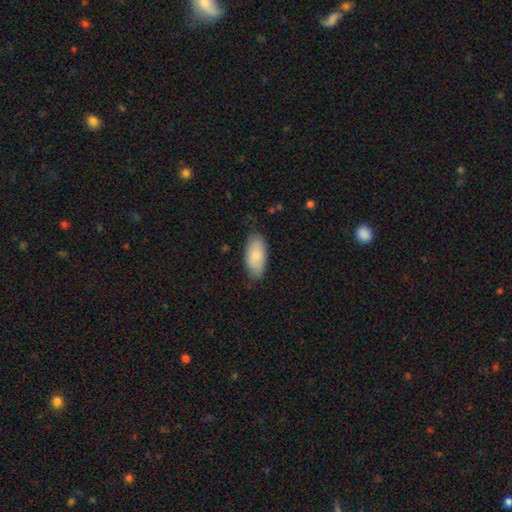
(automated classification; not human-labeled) Smooth or featured? smooth (85%)
How rounded? in between (91%)
Merging? none (77%)